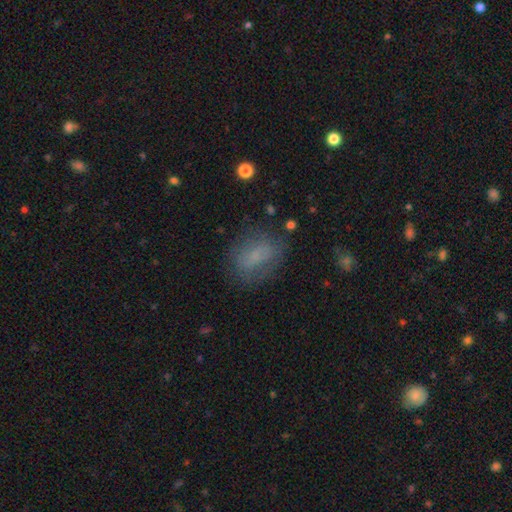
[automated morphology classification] Smooth or featured?
  - smooth: 66% *
  - featured or disk: 22%
  - star or artifact: 12%
How rounded?
  - in between: 75% *
  - round: 22%
  - cigar-shaped: 3%
Merging?
  - none: 68% *
  - minor disturbance: 20%
  - major disturbance: 10%
  - merger: 2%